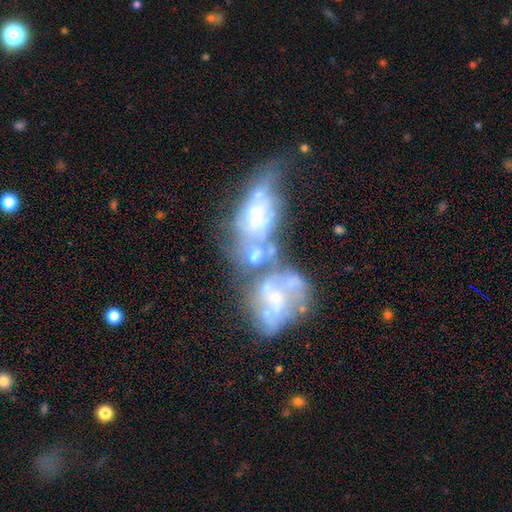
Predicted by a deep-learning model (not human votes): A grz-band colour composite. It shows a featured or disk galaxy (53%). Merging: merger (65%).